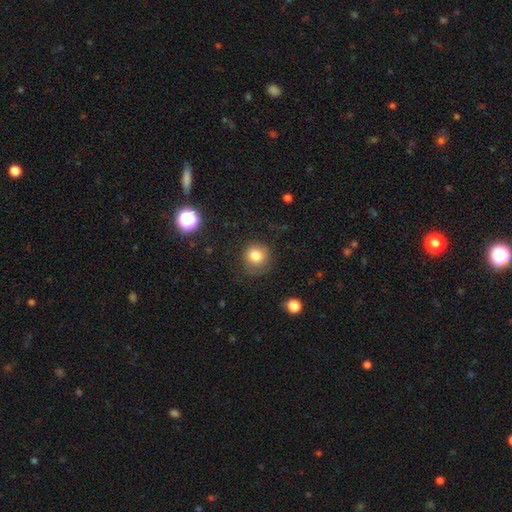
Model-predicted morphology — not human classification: This is clearly a smooth galaxy (81%). How rounded: clearly round (90%). Merging: likely none (79%).